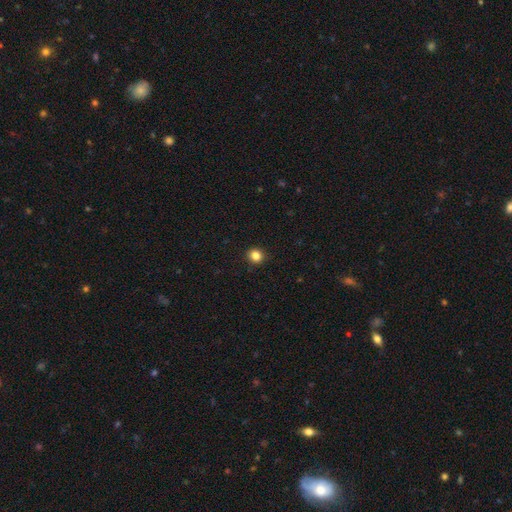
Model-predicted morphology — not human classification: smooth 84%, star or artifact 12%, featured or disk 4%. Down the decision tree: how rounded — round (85%); merging — none (92%).